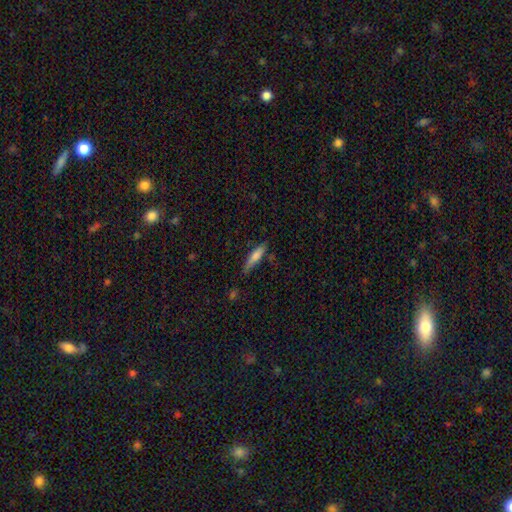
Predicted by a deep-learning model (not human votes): This is likely a smooth galaxy (70%). How rounded: likely cigar-shaped (76%). Merging: likely none (71%).